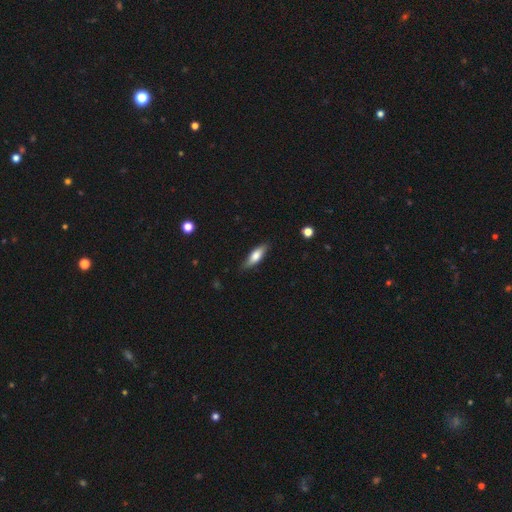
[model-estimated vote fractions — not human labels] smooth 69%, featured or disk 24%, star or artifact 6%. Down the decision tree: how rounded — in between (57%); merging — none (81%).